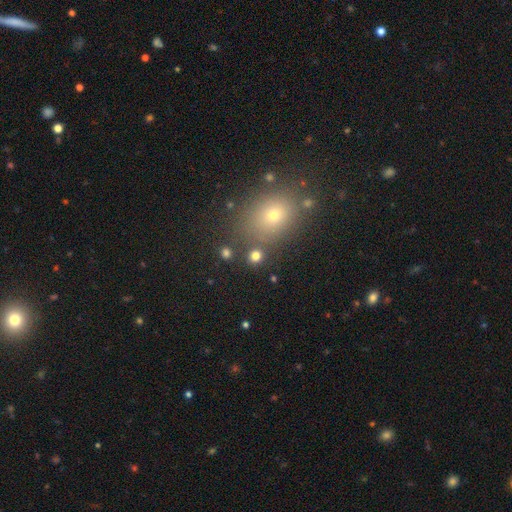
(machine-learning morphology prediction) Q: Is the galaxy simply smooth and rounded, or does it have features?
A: smooth — 77%.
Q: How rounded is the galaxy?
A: round — 80%.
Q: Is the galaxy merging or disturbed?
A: none — 79%.